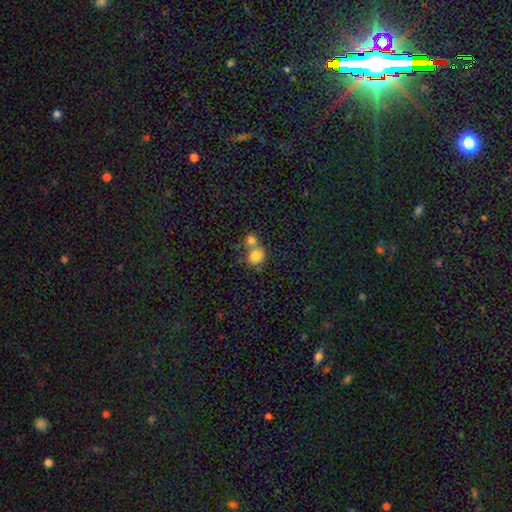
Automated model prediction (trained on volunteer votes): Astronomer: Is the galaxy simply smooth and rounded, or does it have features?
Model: smooth — 81%.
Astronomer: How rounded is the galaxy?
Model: round — 79%.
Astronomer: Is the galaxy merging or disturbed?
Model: merger — 51% (runner-up: none, 38%).